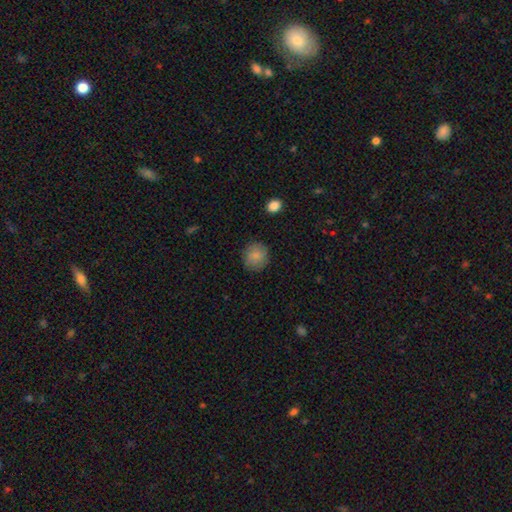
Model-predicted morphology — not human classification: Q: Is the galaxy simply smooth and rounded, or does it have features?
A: smooth — 86%.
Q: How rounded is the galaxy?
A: round — 89%.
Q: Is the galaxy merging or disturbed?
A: none — 87%.